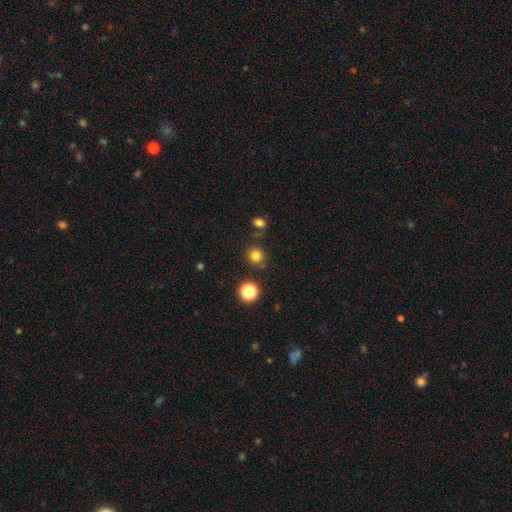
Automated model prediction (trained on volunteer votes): A smooth galaxy with no disk features (80%) that is round (90%). Merging: none (81%).